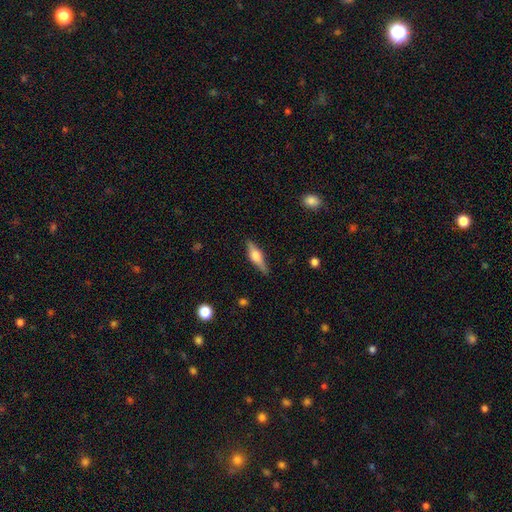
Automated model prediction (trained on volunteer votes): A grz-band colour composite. It shows a featured or disk galaxy (55%) viewed edge-on (95%) with a rounded central bulge (89%). Merging: none (85%).